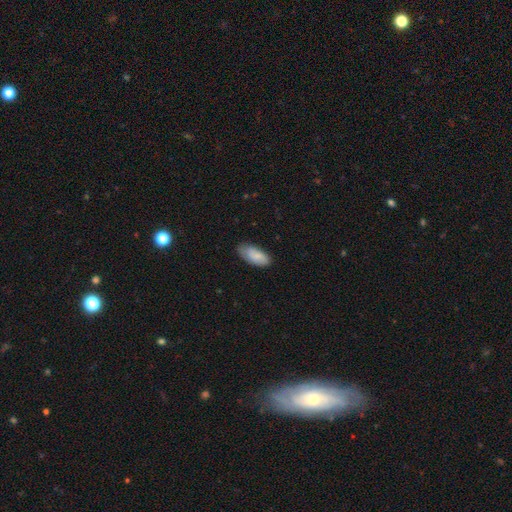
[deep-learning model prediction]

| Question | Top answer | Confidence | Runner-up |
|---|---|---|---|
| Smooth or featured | smooth | 79% | featured or disk (15%) |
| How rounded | in between | 89% | cigar-shaped (9%) |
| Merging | none | 71% | minor disturbance (23%) |